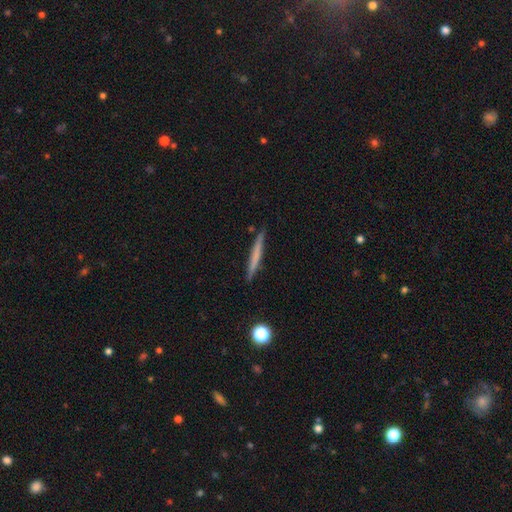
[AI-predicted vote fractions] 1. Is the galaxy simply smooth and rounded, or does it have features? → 56% smooth, 38% featured or disk, 6% star or artifact.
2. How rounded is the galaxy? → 96% cigar-shaped, 2% in between, 2% round.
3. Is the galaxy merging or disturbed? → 89% none, 8% minor disturbance, 2% major disturbance, 2% merger.